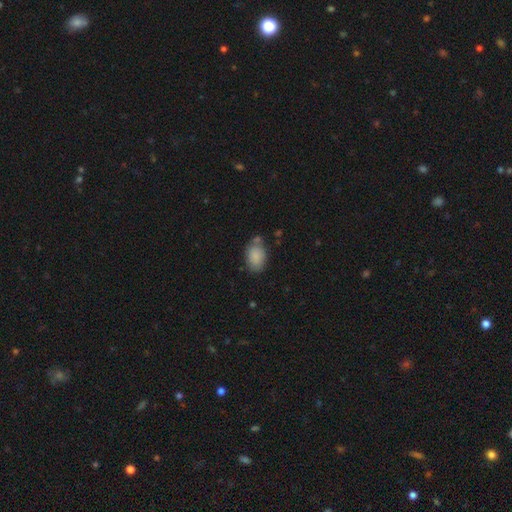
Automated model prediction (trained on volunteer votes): Smooth or featured? Predicted: smooth (p=0.87). How rounded? Predicted: in between (p=0.84). Merging? Predicted: none (p=0.66).